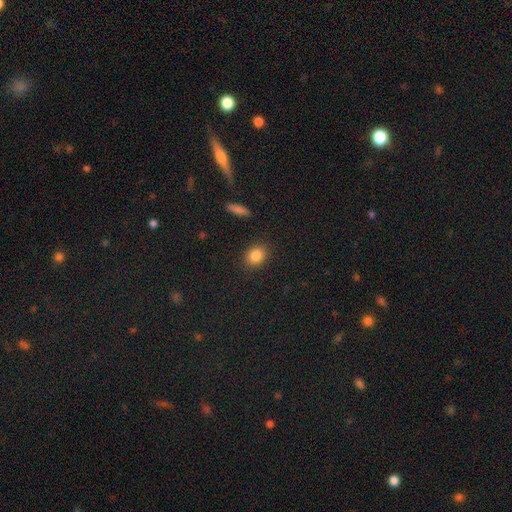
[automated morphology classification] type=smooth (85%); roundness=round (54%); merging=none (87%).